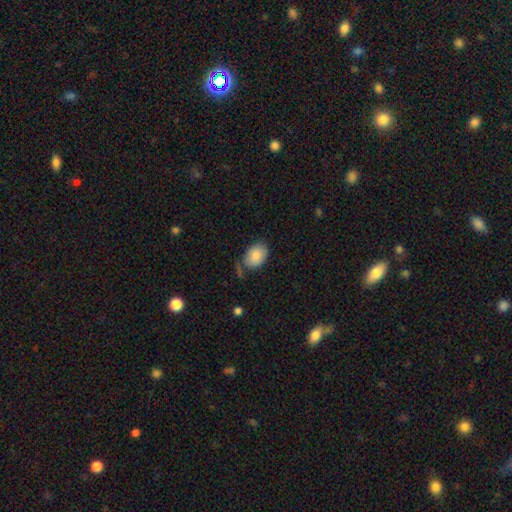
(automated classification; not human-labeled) Smooth or featured? Predicted: smooth (p=0.85). How rounded? Predicted: in between (p=0.82). Merging? Predicted: none (p=0.66).